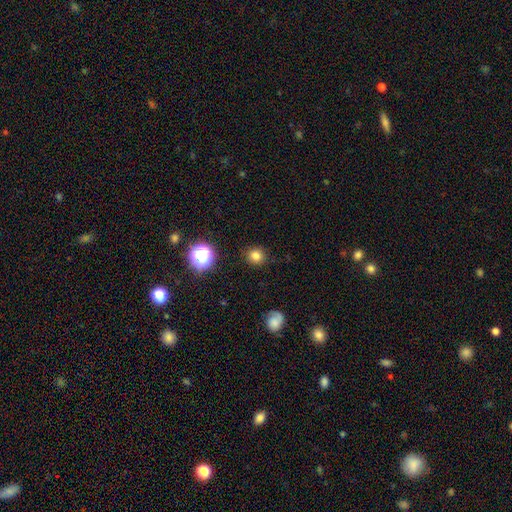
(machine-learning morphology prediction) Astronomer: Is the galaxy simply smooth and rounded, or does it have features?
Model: smooth — 79%.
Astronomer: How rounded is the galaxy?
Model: round — 90%.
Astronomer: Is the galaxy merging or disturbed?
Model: none — 89%.